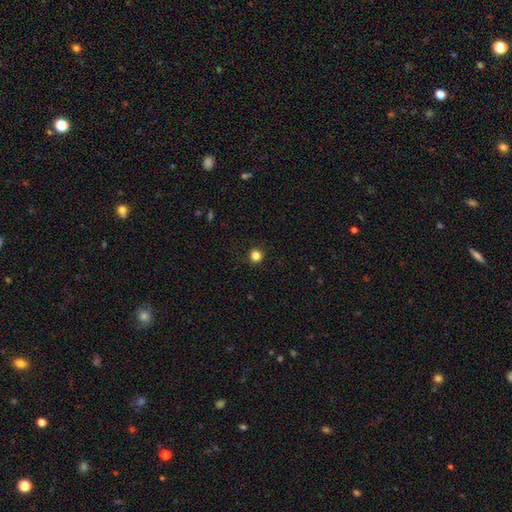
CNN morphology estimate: Smooth or featured?
  - smooth: 84% *
  - star or artifact: 12%
  - featured or disk: 4%
How rounded?
  - round: 95% *
  - in between: 4%
  - cigar-shaped: 1%
Merging?
  - none: 91% *
  - minor disturbance: 6%
  - major disturbance: 2%
  - merger: 1%